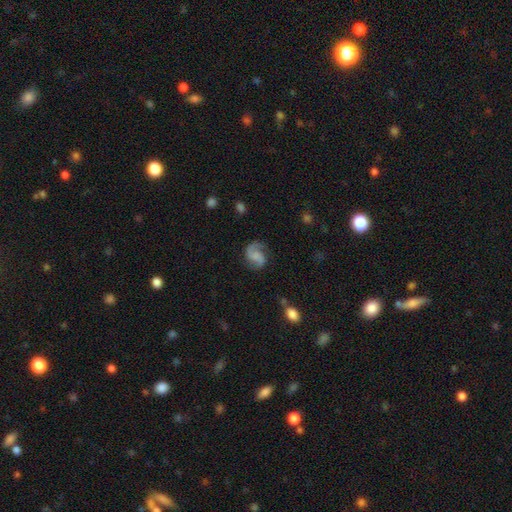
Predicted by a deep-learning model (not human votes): Morphology: type=featured or disk (79%); edge-on=no (98%); bar=no (53%); spiral arms=yes (96%); winding=medium (49%); arm count=2 (88%); bulge=none (50%); merging=none (74%).